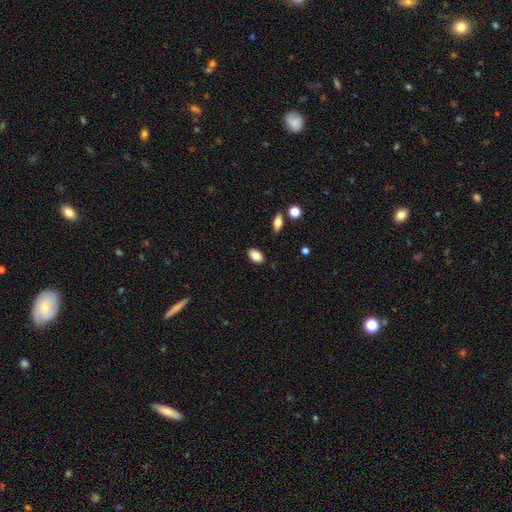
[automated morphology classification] Smooth or featured?
  - smooth: 86% *
  - star or artifact: 8%
  - featured or disk: 6%
How rounded?
  - in between: 90% *
  - round: 9%
  - cigar-shaped: 2%
Merging?
  - none: 87% *
  - minor disturbance: 9%
  - major disturbance: 2%
  - merger: 2%